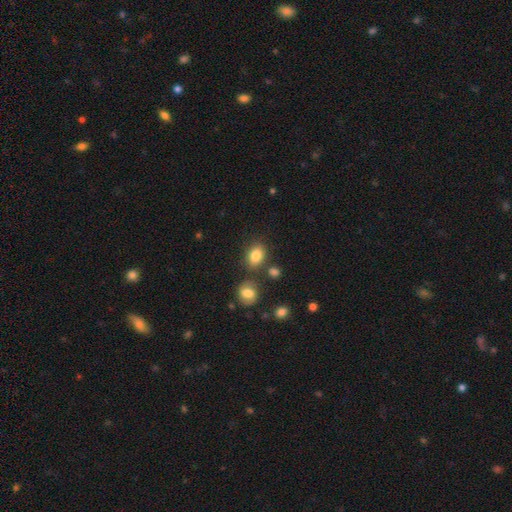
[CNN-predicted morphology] A smooth galaxy with no disk features (83%) that is in between round and cigar-shaped (72%).

Vote fractions:
- Smooth or featured? smooth: 83% / star or artifact: 10% / featured or disk: 7%
- How rounded? in between: 72% / round: 26% / cigar-shaped: 1%
- Merging? none: 74% / minor disturbance: 13% / merger: 9% / major disturbance: 4%